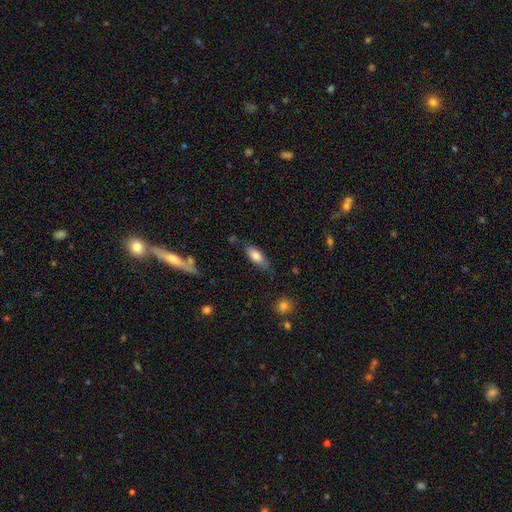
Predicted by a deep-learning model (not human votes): Smooth or featured? Predicted: smooth (p=0.77). How rounded? Predicted: in between (p=0.75). Merging? Predicted: none (p=0.71).